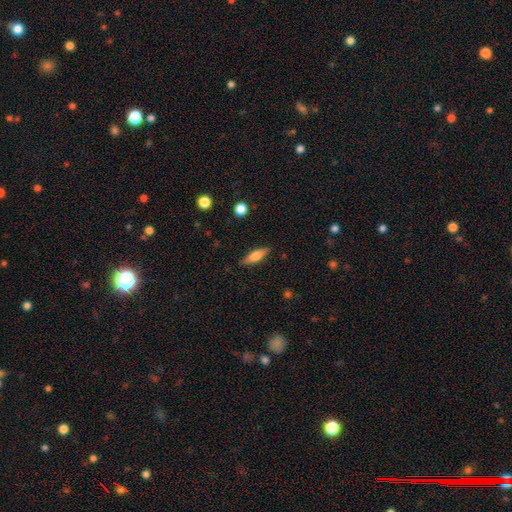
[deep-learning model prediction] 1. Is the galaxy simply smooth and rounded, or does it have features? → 64% smooth, 30% featured or disk, 7% star or artifact.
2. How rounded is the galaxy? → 49% cigar-shaped (tied), 49% in between (tied), 3% round.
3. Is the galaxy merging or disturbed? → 85% none, 11% minor disturbance, 2% major disturbance, 1% merger.